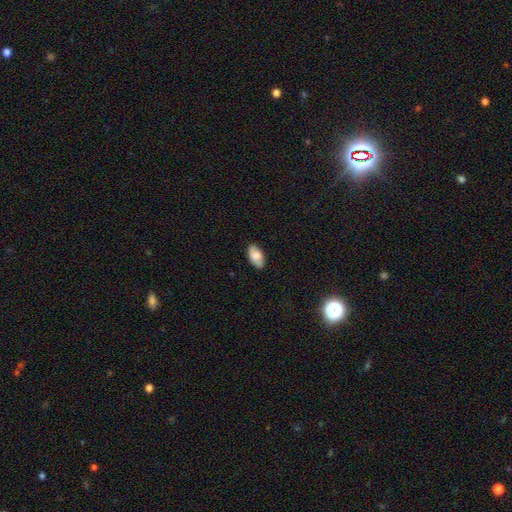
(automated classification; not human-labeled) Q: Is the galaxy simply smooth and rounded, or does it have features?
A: smooth — 74%.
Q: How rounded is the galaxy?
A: in between — 94%.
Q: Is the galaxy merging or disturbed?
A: none — 83%.